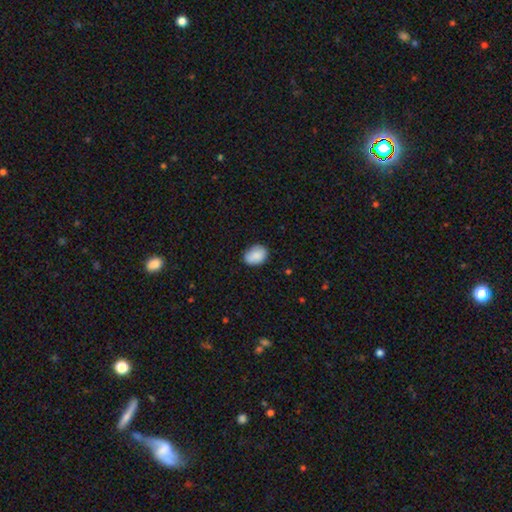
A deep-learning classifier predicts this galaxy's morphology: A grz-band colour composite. It shows a smooth galaxy with no disk features (88%) that is in between round and cigar-shaped (73%). Merging: none (81%).